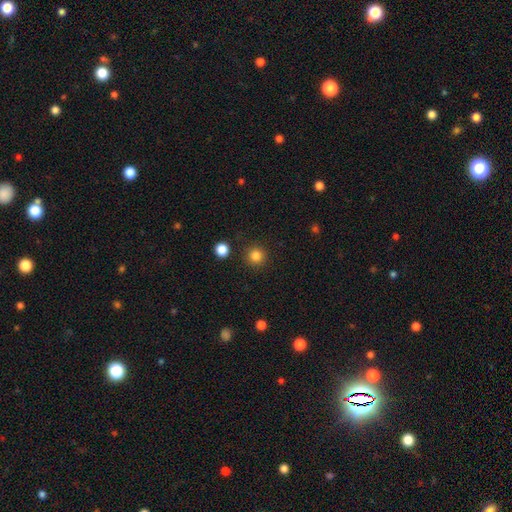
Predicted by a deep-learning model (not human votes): Smooth or featured: smooth — 84% (star or artifact — 12%)
How rounded: round — 95% (in between — 4%)
Merging: none — 90% (minor disturbance — 6%)